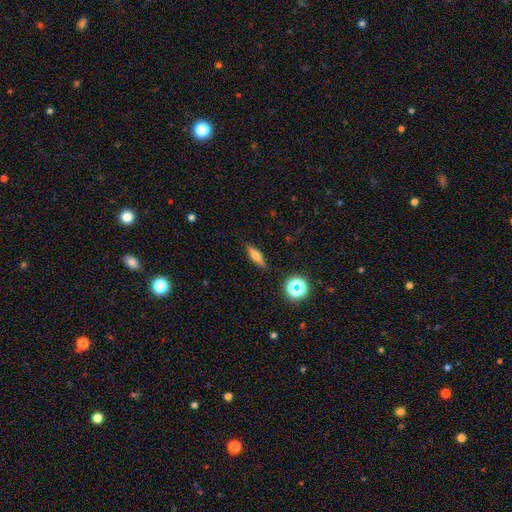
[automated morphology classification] smooth 51%, featured or disk 37%, star or artifact 12%. Down the decision tree: how rounded — cigar-shaped (65%); merging — none (87%).